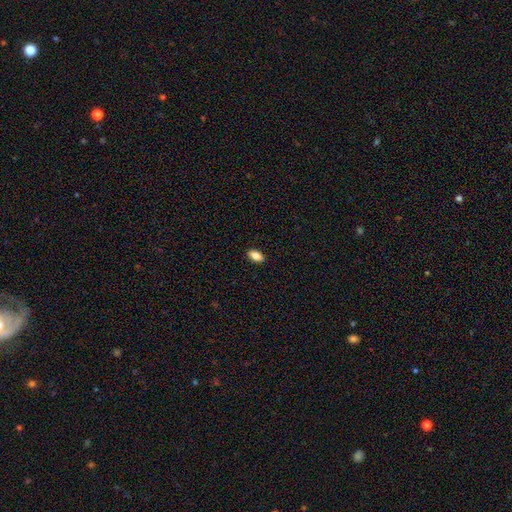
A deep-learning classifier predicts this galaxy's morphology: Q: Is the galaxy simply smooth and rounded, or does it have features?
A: smooth — 85%.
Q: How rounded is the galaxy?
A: in between — 89%.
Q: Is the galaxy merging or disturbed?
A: none — 90%.